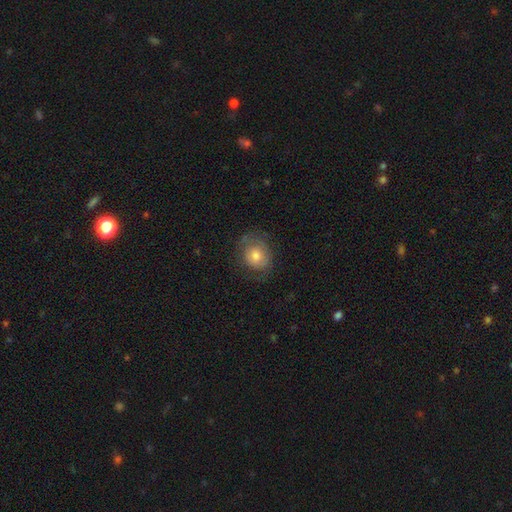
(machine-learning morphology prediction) Overall: smooth (66%). How rounded: round (71%). Merging: none (67%).